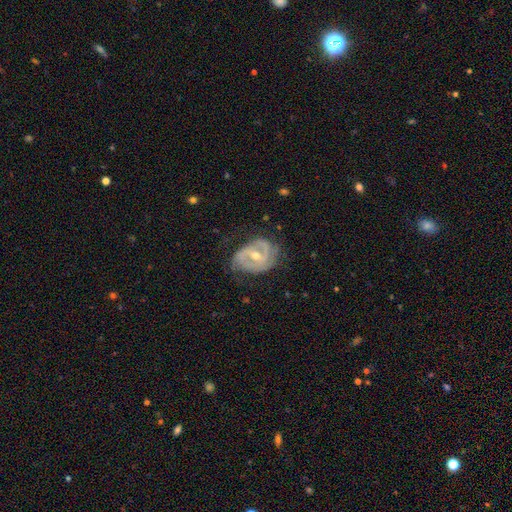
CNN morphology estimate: featured or disk 83%, smooth 11%, star or artifact 6%. Down the decision tree: edge-on disk — no (96%); bar — weak (41%); spiral arms — yes (88%); spiral arm count — 2 (56%); spiral winding — tight (49%); bulge size — moderate (60%); merging — none (63%).